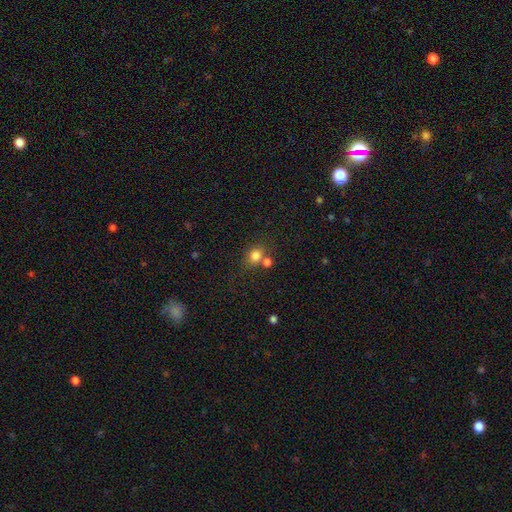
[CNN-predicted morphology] type=smooth (80%); roundness=round (63%); merging=none (57%).